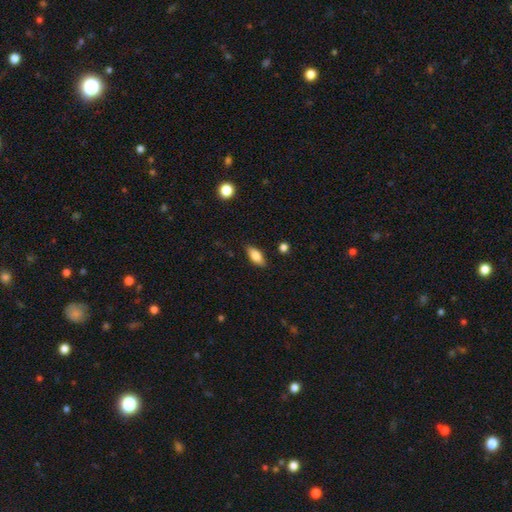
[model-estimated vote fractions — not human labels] This appears to be a smooth galaxy with no disk features (75%) that is in between round and cigar-shaped (80%). Merging: none (85%).